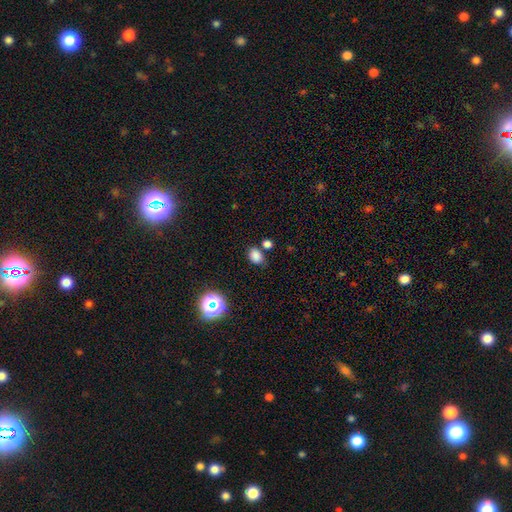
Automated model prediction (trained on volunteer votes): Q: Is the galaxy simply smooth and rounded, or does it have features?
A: smooth — 80%.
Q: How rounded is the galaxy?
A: in between — 63%.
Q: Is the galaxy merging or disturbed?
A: none — 70%.